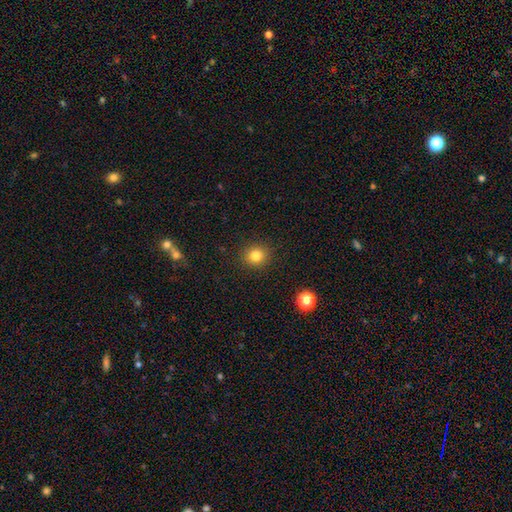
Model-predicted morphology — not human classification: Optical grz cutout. It shows a smooth galaxy with no disk features (82%) that is round (88%). Merging: none (90%).